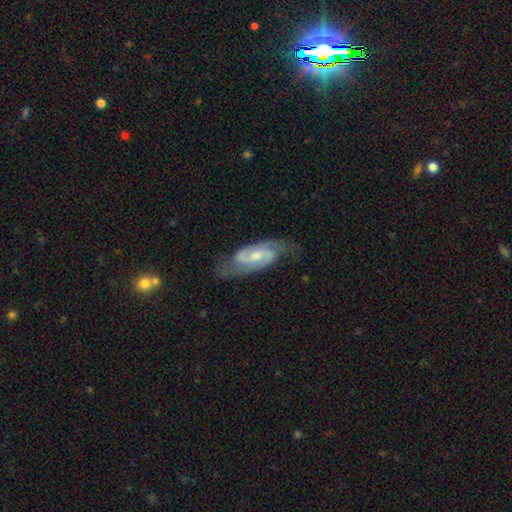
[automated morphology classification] This is clearly a featured or disk galaxy (84%). It is clearly not viewed edge-on (94%). Bar: possibly weak (52%). Spiral arm pattern: clearly yes (96%). Spiral arm count: clearly 2 (90%). Spiral winding: possibly medium (53%). Central bulge: possibly moderate (47%). Merging: likely none (75%).